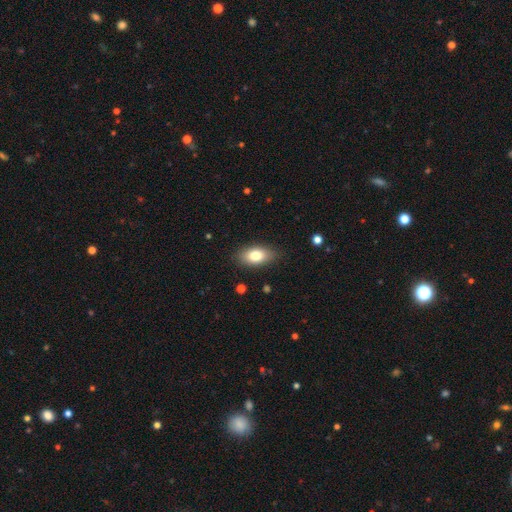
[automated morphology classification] Smooth or featured?
  - smooth: 80% *
  - featured or disk: 13%
  - star or artifact: 7%
How rounded?
  - in between: 90% *
  - round: 6%
  - cigar-shaped: 5%
Merging?
  - none: 85% *
  - minor disturbance: 11%
  - major disturbance: 3%
  - merger: 1%